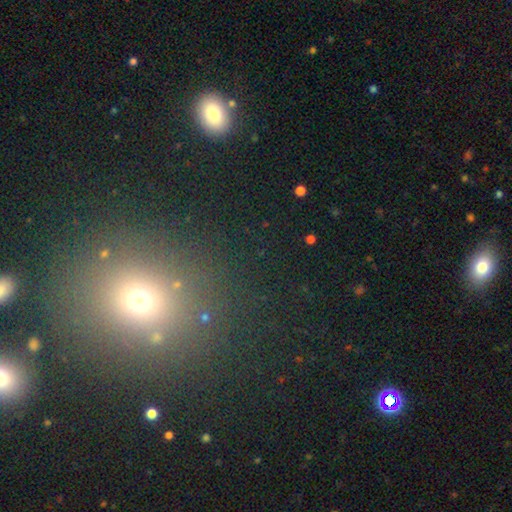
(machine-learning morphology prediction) Overall: smooth (47%; star or artifact 43%). Merging: none (83%).